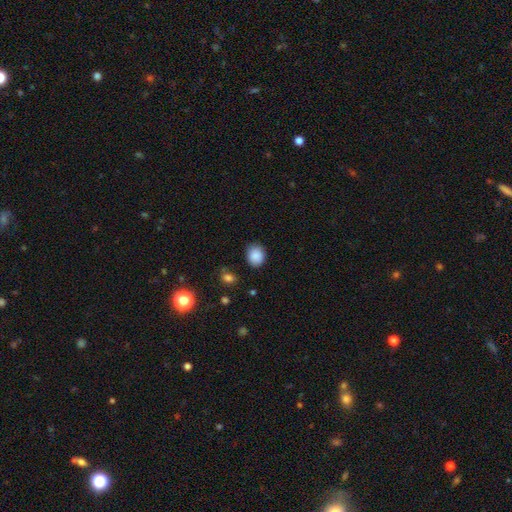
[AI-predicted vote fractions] Morphology: type=smooth (87%); roundness=round (56%); merging=none (79%).